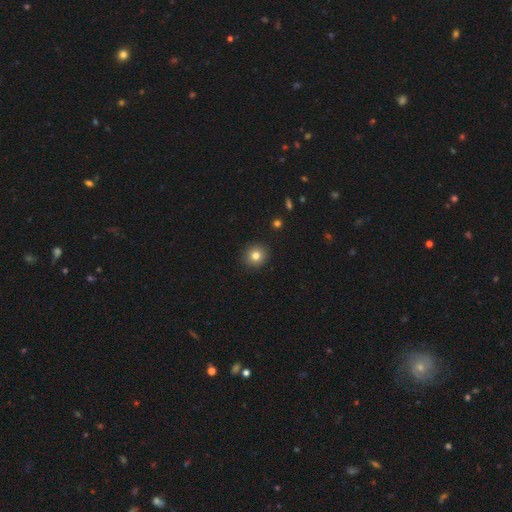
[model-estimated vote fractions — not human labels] Morphology: type=smooth (81%); roundness=round (91%); merging=none (92%).